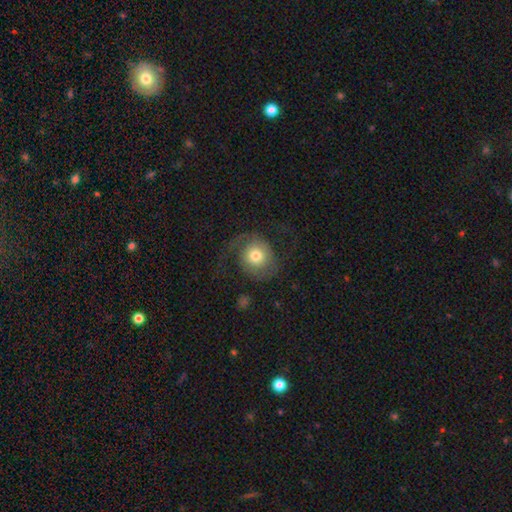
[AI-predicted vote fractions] smooth_or_featured: featured or disk (p=0.53) [alt: smooth p=0.39]
disk_edge_on: no (p=0.97) [alt: yes p=0.03]
bar: no (p=0.78) [alt: weak p=0.18]
has_spiral_arms: yes (p=0.85) [alt: no p=0.15]
bulge_size: moderate (p=0.61) [alt: small p=0.16]
merging: none (p=0.54) [alt: major disturbance p=0.29]